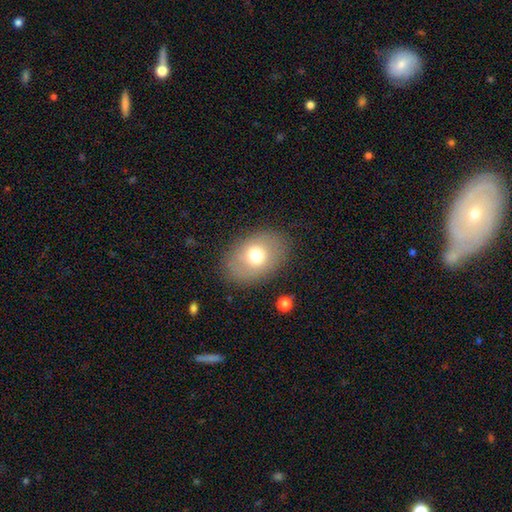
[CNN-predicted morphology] This appears to be a smooth galaxy with no disk features (69%) that is in between round and cigar-shaped (77%). Merging: none (83%).